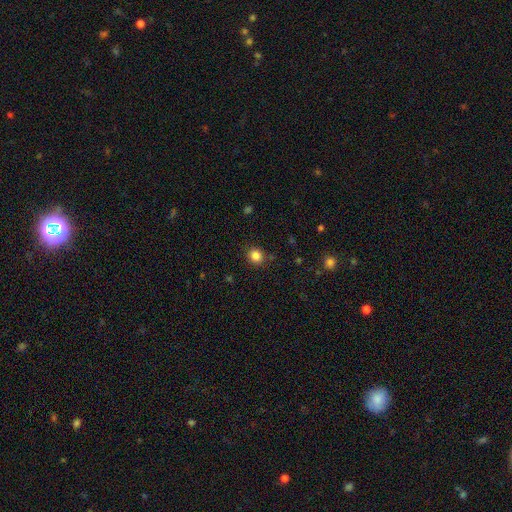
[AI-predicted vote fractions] Smooth or featured? smooth (84%)
How rounded? round (82%)
Merging? none (85%)